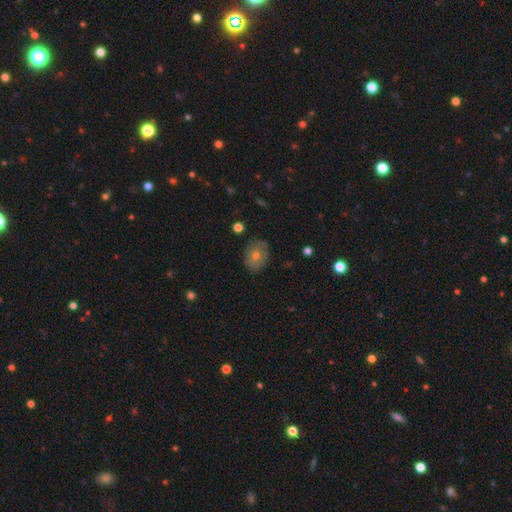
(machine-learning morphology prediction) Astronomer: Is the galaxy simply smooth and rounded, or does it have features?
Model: smooth — 62%.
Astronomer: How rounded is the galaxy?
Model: in between — 63%.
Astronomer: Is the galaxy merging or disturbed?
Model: none — 83%.